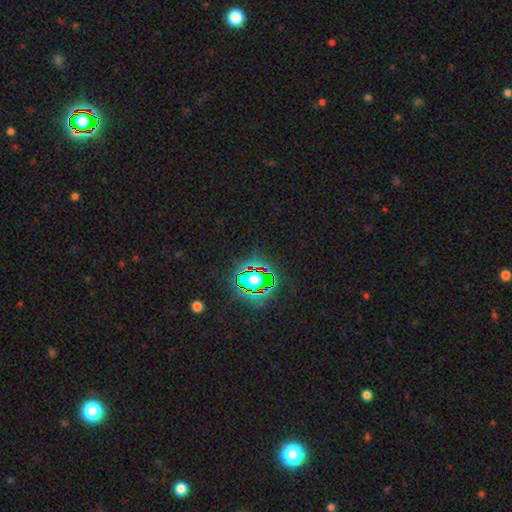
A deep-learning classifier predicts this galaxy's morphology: Smooth or featured: star or artifact — 80% (smooth — 12%)